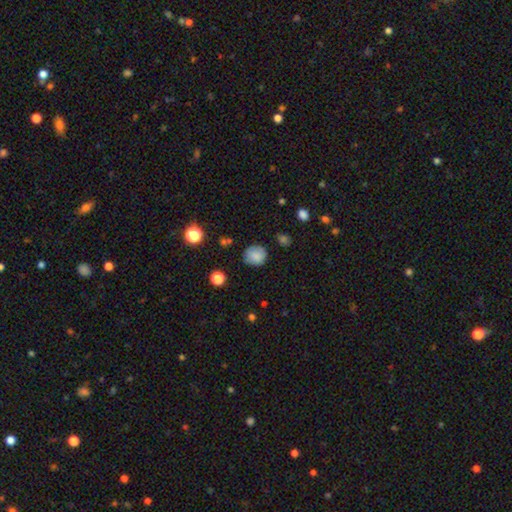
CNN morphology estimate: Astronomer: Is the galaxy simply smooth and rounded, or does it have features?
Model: smooth — 84%.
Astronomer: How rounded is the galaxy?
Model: round — 83%.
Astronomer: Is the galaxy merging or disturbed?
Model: none — 78%.